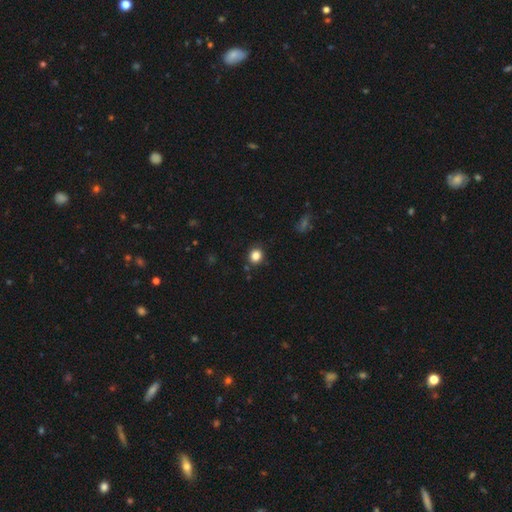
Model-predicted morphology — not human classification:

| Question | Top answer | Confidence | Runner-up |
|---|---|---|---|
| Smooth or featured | smooth | 84% | star or artifact (12%) |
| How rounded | round | 86% | in between (13%) |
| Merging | none | 88% | minor disturbance (8%) |